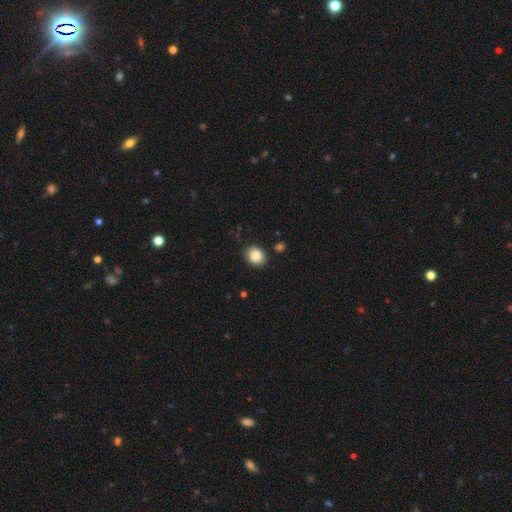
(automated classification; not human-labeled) Smooth or featured: smooth — 87% (star or artifact — 9%)
How rounded: round — 64% (in between — 35%)
Merging: none — 86% (minor disturbance — 10%)